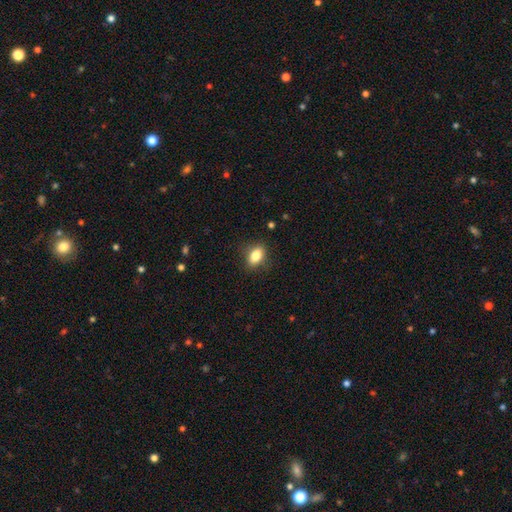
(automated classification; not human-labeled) This is clearly a smooth galaxy (83%). How rounded: clearly in between (83%). Merging: clearly none (85%).